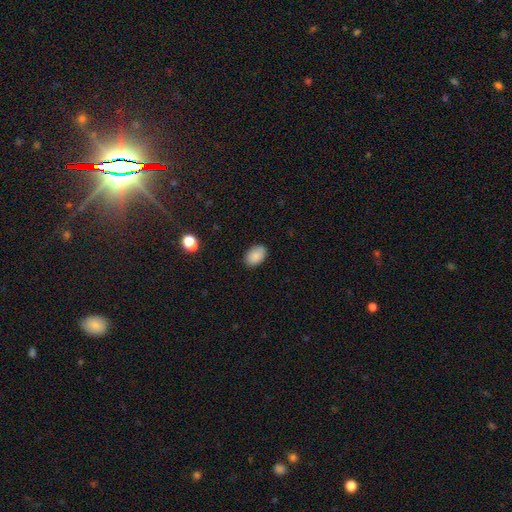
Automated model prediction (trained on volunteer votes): Smooth or featured?
  - smooth: 88% *
  - star or artifact: 8%
  - featured or disk: 4%
How rounded?
  - in between: 88% *
  - round: 11%
  - cigar-shaped: 1%
Merging?
  - none: 87% *
  - minor disturbance: 10%
  - major disturbance: 2%
  - merger: 1%